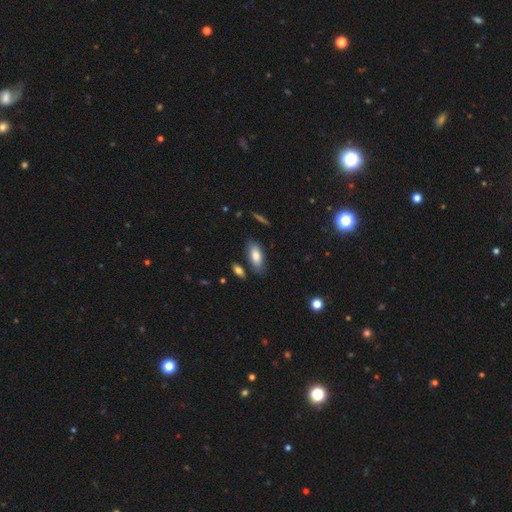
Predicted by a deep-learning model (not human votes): Smooth or featured? smooth (80%)
How rounded? in between (85%)
Merging? none (79%)